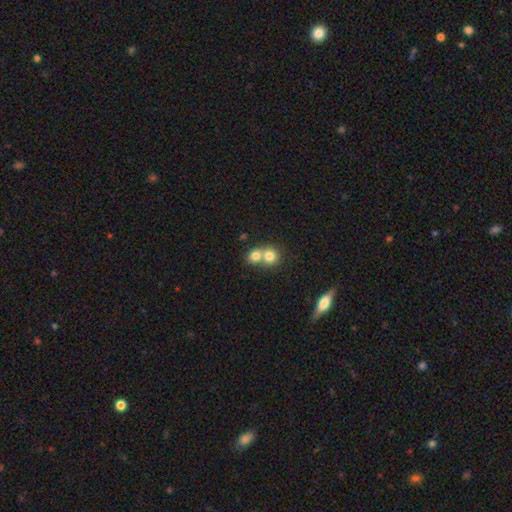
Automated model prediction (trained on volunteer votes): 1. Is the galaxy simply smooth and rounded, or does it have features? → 77% smooth, 13% featured or disk, 10% star or artifact.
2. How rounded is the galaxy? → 79% round, 20% in between, 1% cigar-shaped.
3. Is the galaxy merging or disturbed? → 63% merger, 30% none, 5% minor disturbance, 2% major disturbance.